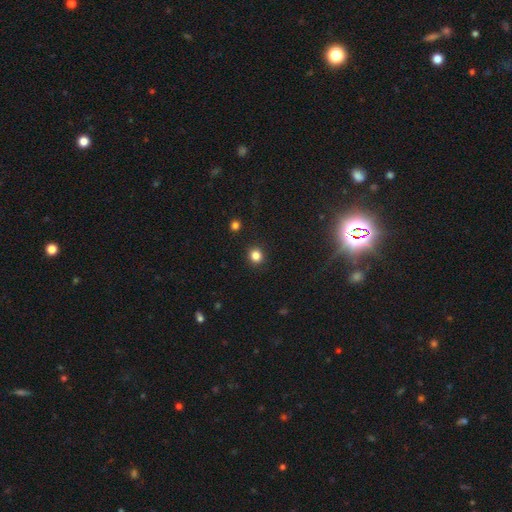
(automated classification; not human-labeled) The model was most divided on "smooth or featured": smooth: 84%, star or artifact: 12%, featured or disk: 4%. More confident: merging — none (91%); how rounded — round (87%).